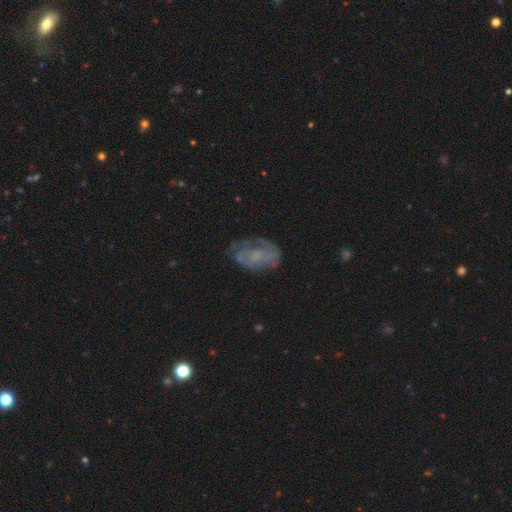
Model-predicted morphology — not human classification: This appears to be a featured or disk galaxy (48%). Merging: none (49%).